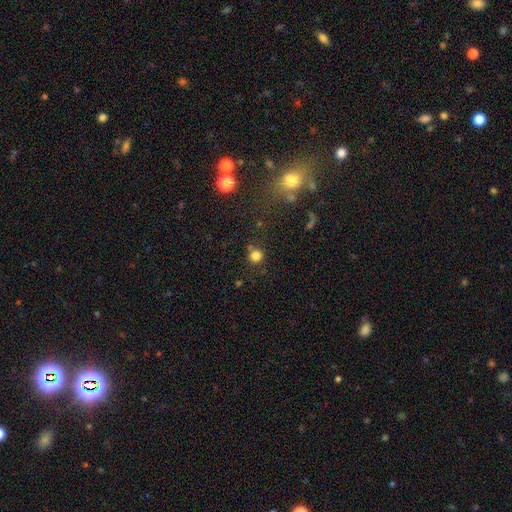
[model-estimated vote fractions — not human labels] This appears to be a smooth galaxy with no disk features (80%) that is round (89%). Merging: none (74%).